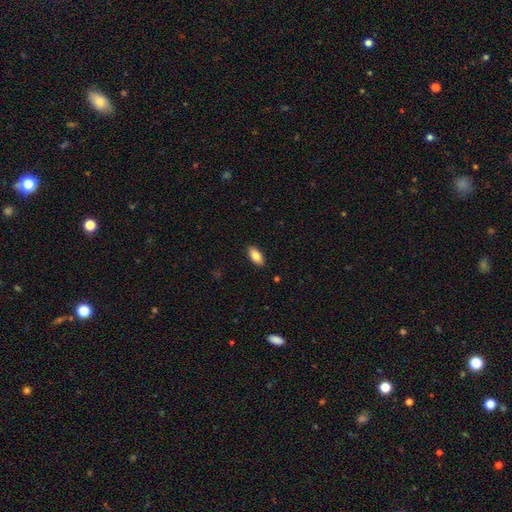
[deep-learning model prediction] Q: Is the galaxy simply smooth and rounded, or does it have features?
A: smooth — 83%.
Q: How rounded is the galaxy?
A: in between — 91%.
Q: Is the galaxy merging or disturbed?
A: none — 89%.